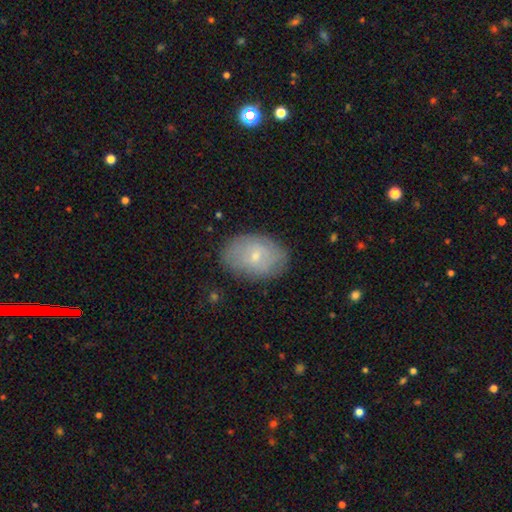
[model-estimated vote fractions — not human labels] This appears to be a smooth galaxy with no disk features (55%) that is in between round and cigar-shaped (83%). Merging: none (80%).